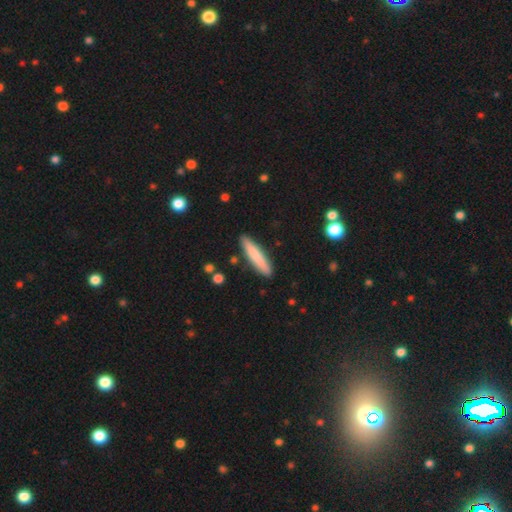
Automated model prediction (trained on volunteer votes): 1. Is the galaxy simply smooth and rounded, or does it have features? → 78% smooth, 16% featured or disk, 6% star or artifact.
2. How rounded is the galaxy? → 89% cigar-shaped, 9% in between, 1% round.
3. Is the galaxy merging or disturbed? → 88% none, 8% minor disturbance, 2% merger, 2% major disturbance.